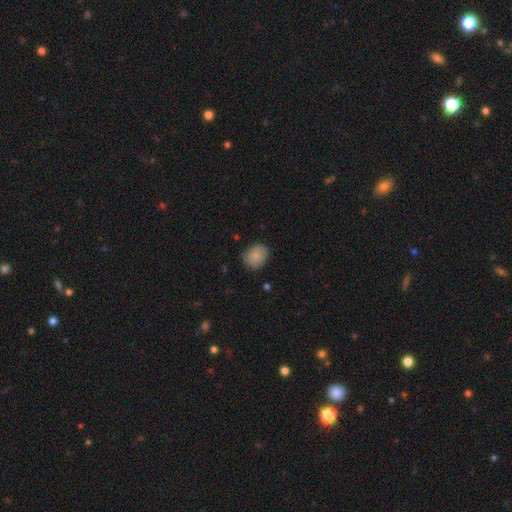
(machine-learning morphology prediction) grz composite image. It shows a smooth galaxy with no disk features (84%) that is round (55%). Merging: none (74%).